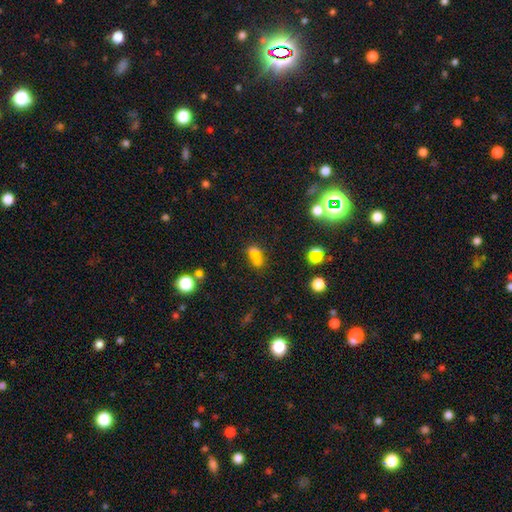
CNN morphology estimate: Smooth or featured? smooth (59%)
How rounded? in between (73%)
Merging? none (45%)